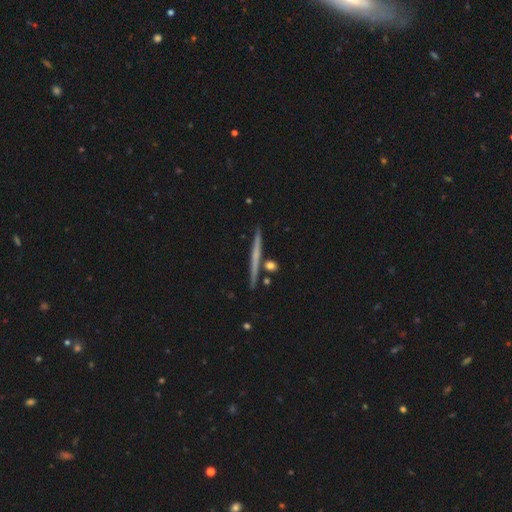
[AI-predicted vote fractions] A featured or disk galaxy (55%) viewed edge-on (97%) with no central bulge (80%). Merging: none (88%).